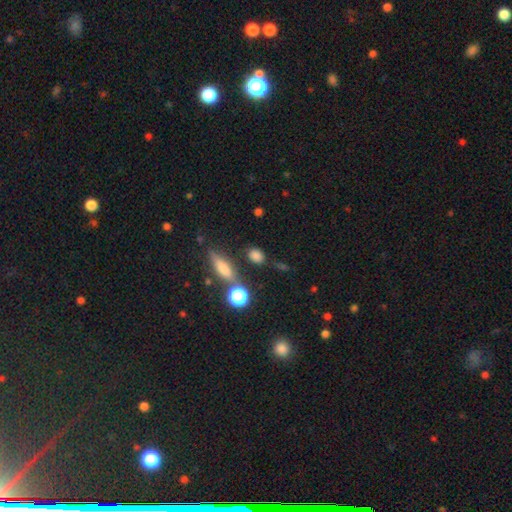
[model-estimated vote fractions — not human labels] smooth 78%, star or artifact 14%, featured or disk 8%. Down the decision tree: how rounded — in between (55%); merging — none (74%).